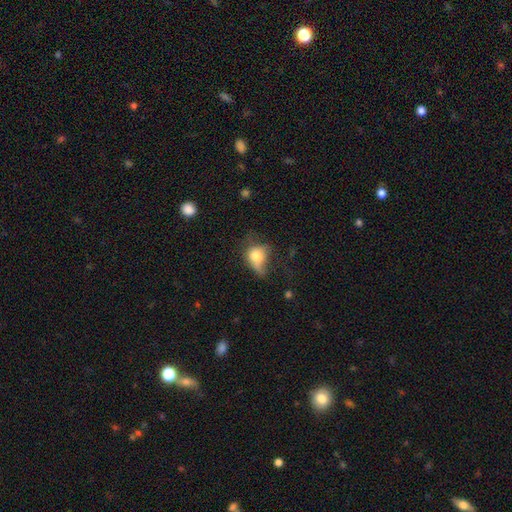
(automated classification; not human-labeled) smooth_or_featured: smooth (p=0.71) [alt: featured or disk p=0.18]
how_rounded: in between (p=0.54) [alt: round p=0.44]
merging: major disturbance (p=0.37) [alt: minor disturbance p=0.31]